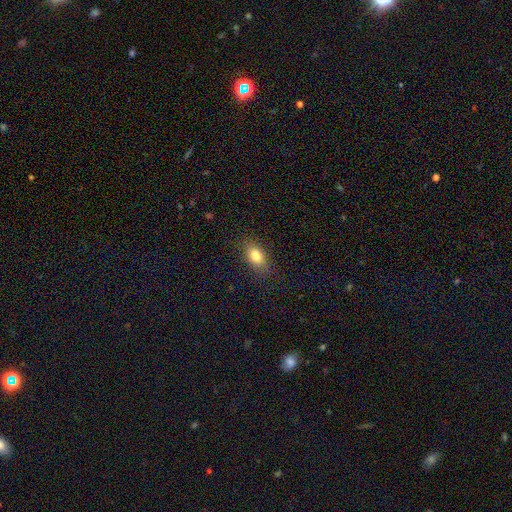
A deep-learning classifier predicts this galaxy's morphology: Smooth or featured: smooth — 80% (featured or disk — 11%)
How rounded: in between — 84% (round — 11%)
Merging: none — 84% (minor disturbance — 12%)